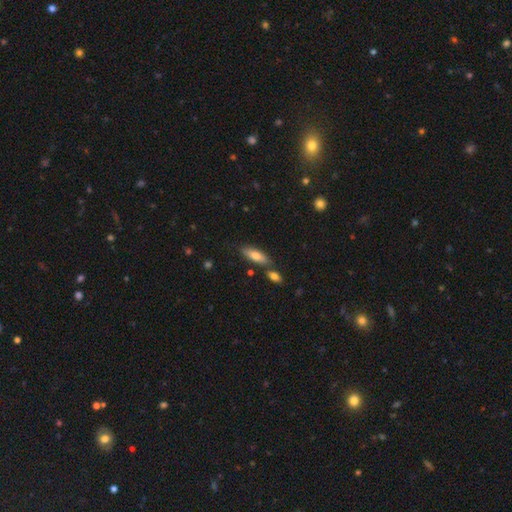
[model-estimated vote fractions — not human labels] Smooth or featured? Predicted: smooth (p=0.75). How rounded? Predicted: in between (p=0.60). Merging? Predicted: none (p=0.73).